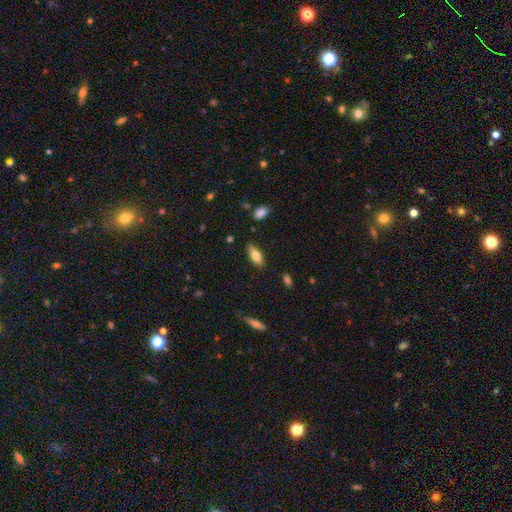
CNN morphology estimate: type=smooth (71%); roundness=in between (71%); merging=none (85%).